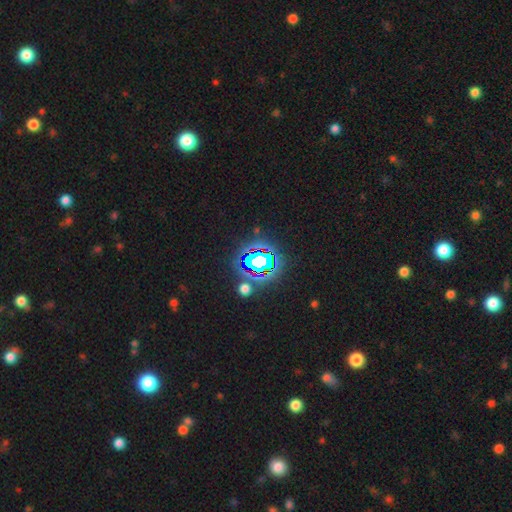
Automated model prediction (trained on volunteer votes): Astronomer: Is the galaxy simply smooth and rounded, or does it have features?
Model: star or artifact — 81%.